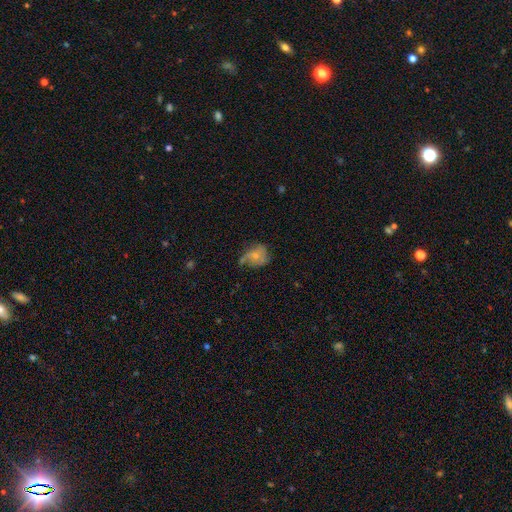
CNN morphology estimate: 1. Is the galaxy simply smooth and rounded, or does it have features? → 48% smooth, 43% featured or disk, 10% star or artifact.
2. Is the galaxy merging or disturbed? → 39% none, 34% minor disturbance, 23% major disturbance, 4% merger.